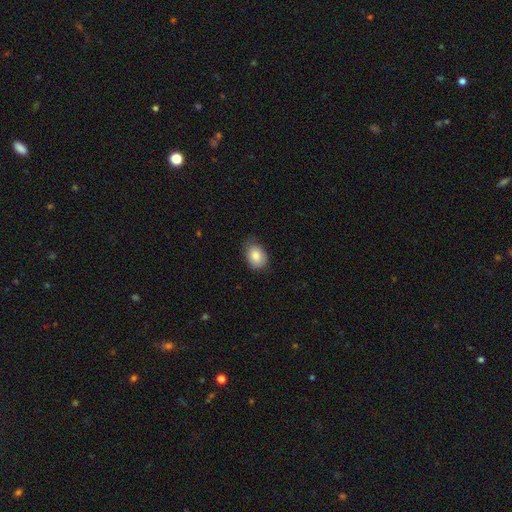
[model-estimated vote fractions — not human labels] smooth_or_featured: smooth (p=0.85) [alt: star or artifact p=0.08]
how_rounded: in between (p=0.74) [alt: round p=0.25]
merging: none (p=0.72) [alt: minor disturbance p=0.23]